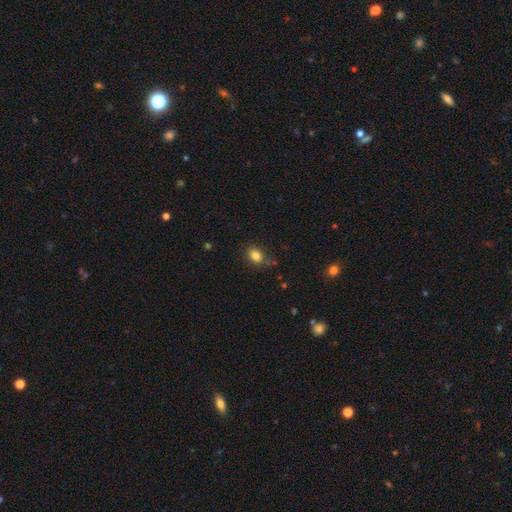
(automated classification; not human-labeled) smooth 82%, star or artifact 11%, featured or disk 7%. Down the decision tree: how rounded — in between (59%); merging — none (75%).